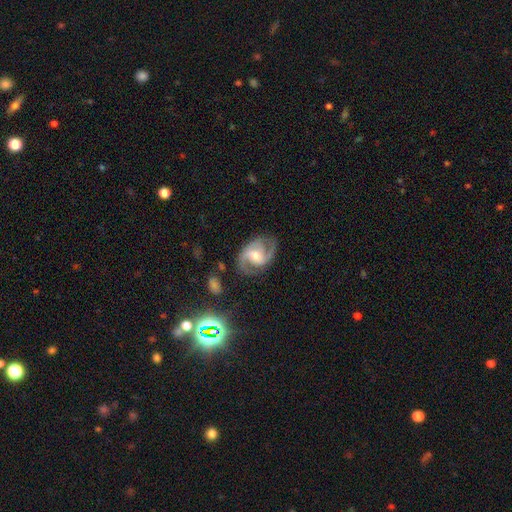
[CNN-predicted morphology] smooth_or_featured: featured or disk (p=0.85) [alt: smooth p=0.09]
disk_edge_on: no (p=0.97) [alt: yes p=0.03]
bar: weak (p=0.47) [alt: no p=0.32]
has_spiral_arms: yes (p=0.96) [alt: no p=0.04]
spiral_winding: medium (p=0.56) [alt: loose p=0.23]
spiral_arm_count: 2 (p=0.87) [alt: 3 p=0.04]
bulge_size: moderate (p=0.62) [alt: small p=0.30]
merging: none (p=0.76) [alt: minor disturbance p=0.15]